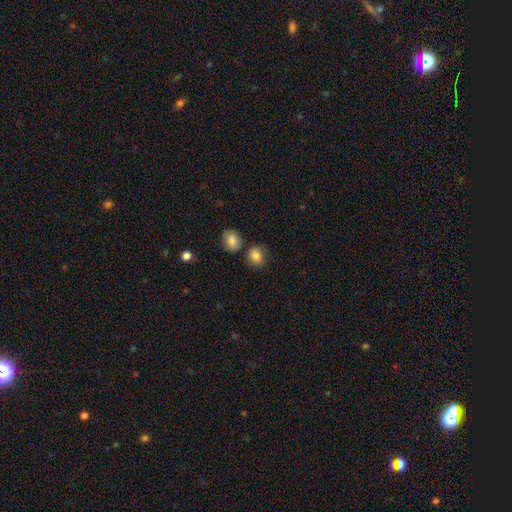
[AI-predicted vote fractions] smooth_or_featured: smooth (p=0.85) [alt: star or artifact p=0.10]
how_rounded: round (p=0.67) [alt: in between p=0.32]
merging: none (p=0.71) [alt: minor disturbance p=0.14]